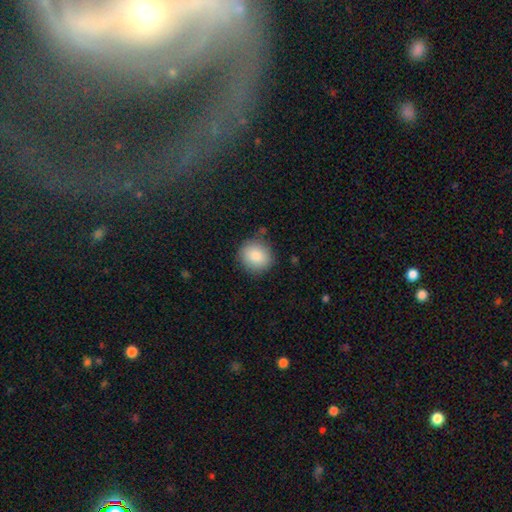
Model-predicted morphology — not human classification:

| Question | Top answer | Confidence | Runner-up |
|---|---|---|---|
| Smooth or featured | smooth | 87% | star or artifact (8%) |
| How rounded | round | 87% | in between (13%) |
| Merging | none | 84% | minor disturbance (11%) |